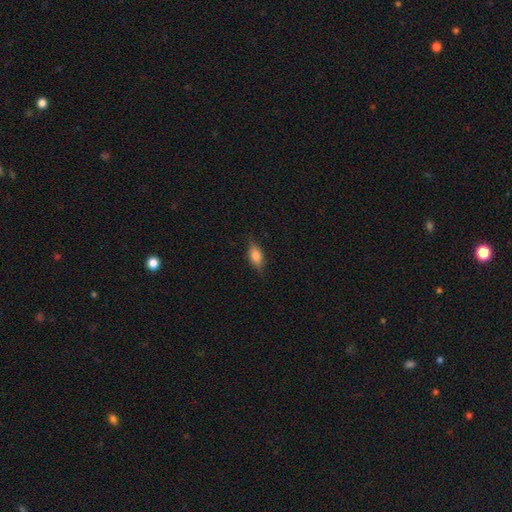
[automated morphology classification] This appears to be a smooth galaxy with no disk features (74%) that is in between round and cigar-shaped (81%). Merging: none (79%).